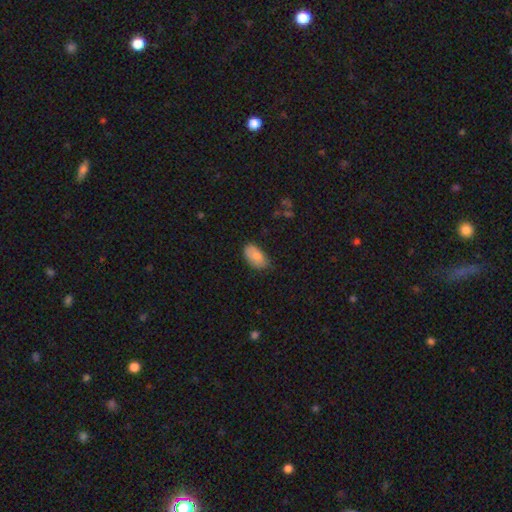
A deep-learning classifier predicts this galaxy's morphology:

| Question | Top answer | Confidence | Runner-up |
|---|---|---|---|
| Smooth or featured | smooth | 82% | featured or disk (12%) |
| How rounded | in between | 94% | round (4%) |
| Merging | none | 65% | minor disturbance (29%) |